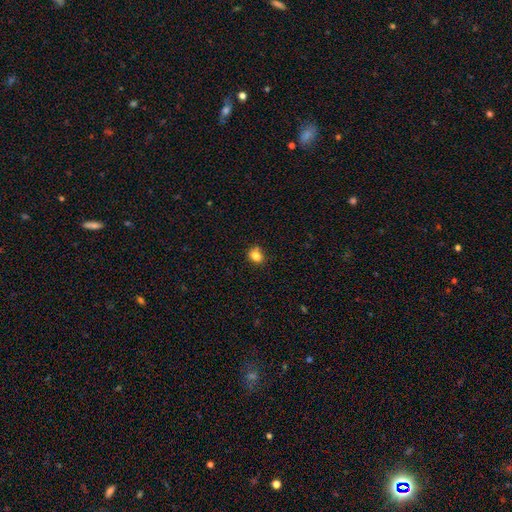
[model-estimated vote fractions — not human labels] Smooth or featured: smooth — 83% (star or artifact — 11%)
How rounded: round — 67% (in between — 32%)
Merging: none — 79% (minor disturbance — 16%)